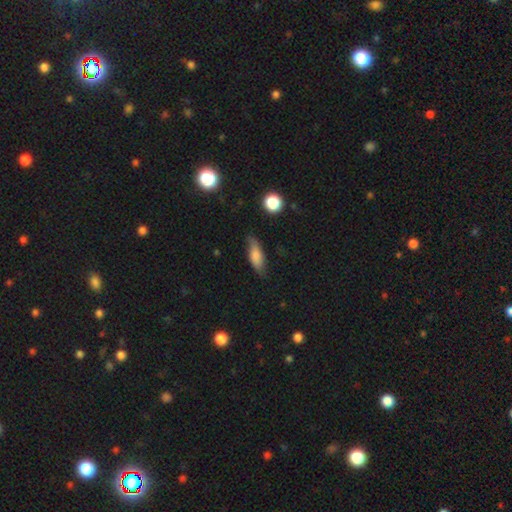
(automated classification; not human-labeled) Q: Smooth or featured?
A: smooth (73%); runner-up: featured or disk (19%)
Q: How rounded?
A: in between (65%); runner-up: cigar-shaped (31%)
Q: Merging?
A: none (68%); runner-up: minor disturbance (25%)